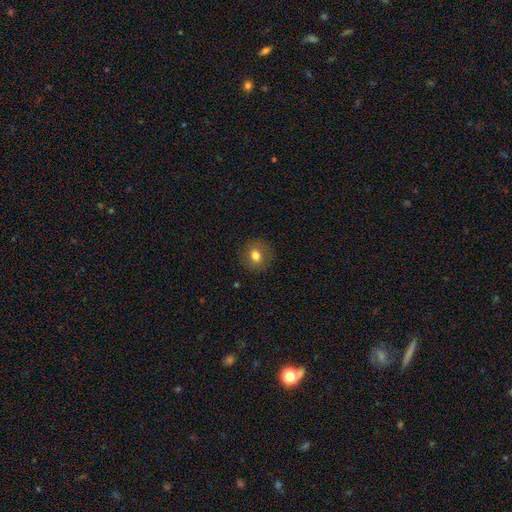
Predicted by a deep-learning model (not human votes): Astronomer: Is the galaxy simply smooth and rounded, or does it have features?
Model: smooth — 75%.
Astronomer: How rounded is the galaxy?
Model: round — 75%.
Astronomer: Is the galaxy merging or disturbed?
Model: none — 87%.